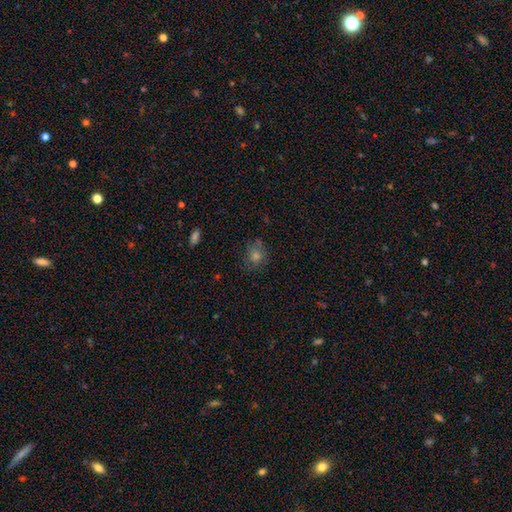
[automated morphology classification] Smooth or featured? smooth (61%)
How rounded? round (78%)
Merging? none (76%)